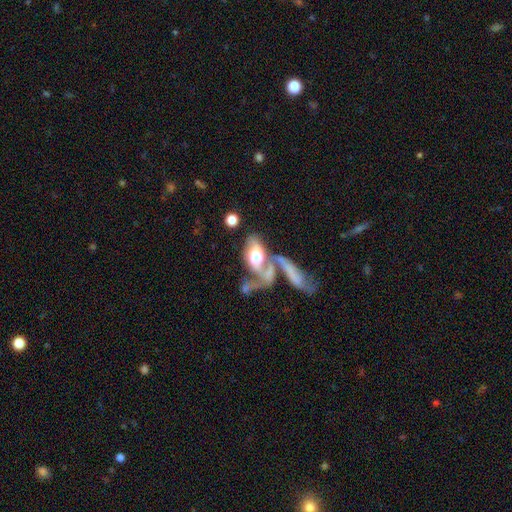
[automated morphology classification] Smooth or featured? Predicted: featured or disk (p=0.49). Merging? Predicted: merger (p=0.52).